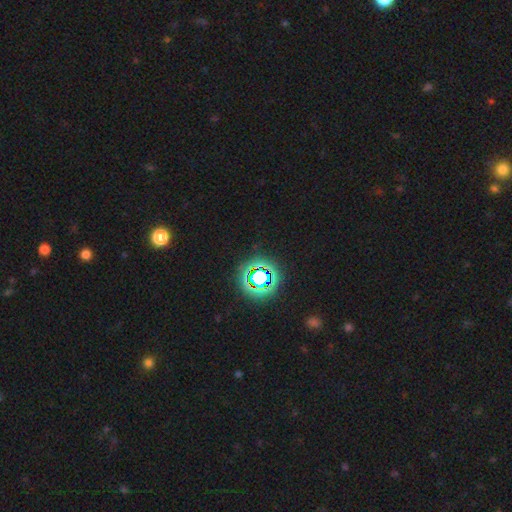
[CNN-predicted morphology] A star or artifact, not a galaxy (78%).

Vote fractions:
- Smooth or featured? star or artifact: 78% / smooth: 14% / featured or disk: 7%